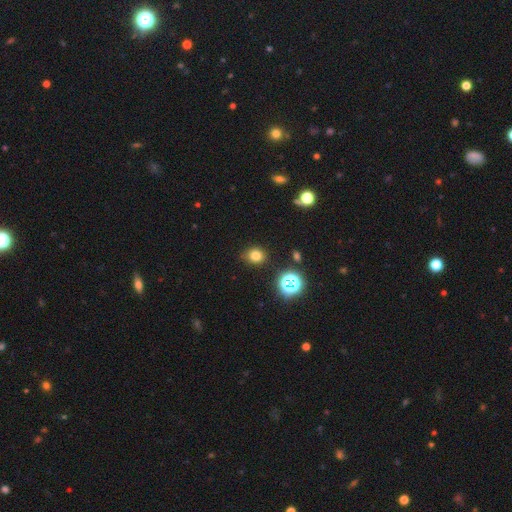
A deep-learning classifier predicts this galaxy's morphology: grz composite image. It shows a smooth galaxy with no disk features (75%) that is round (74%). Merging: none (84%).